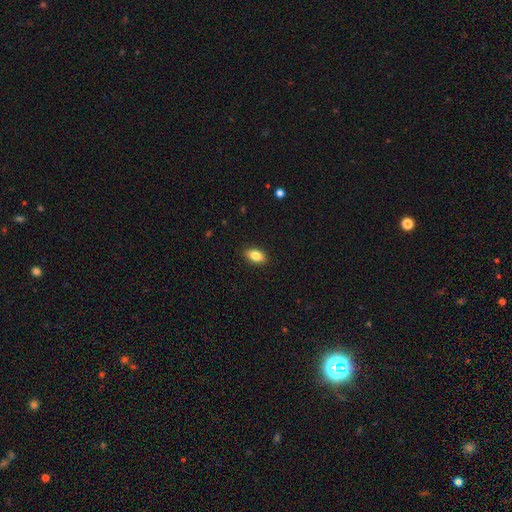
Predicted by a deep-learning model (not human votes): smooth_or_featured: smooth (p=0.85) [alt: star or artifact p=0.08]
how_rounded: in between (p=0.90) [alt: round p=0.07]
merging: none (p=0.90) [alt: minor disturbance p=0.07]